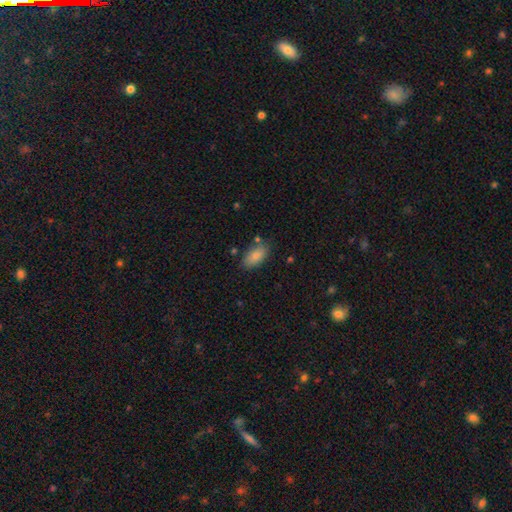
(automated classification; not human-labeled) Overall: smooth (83%). How rounded: in between (92%). Merging: none (78%).